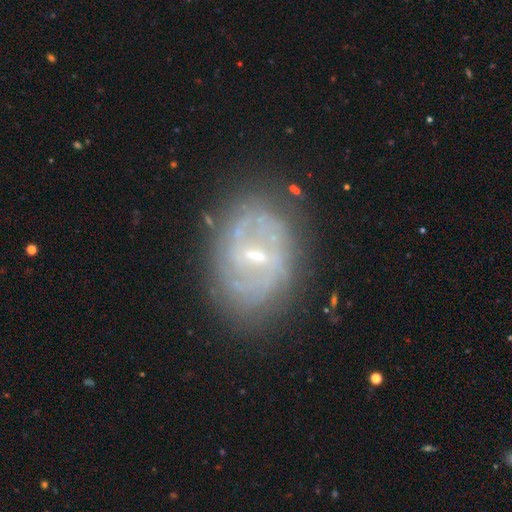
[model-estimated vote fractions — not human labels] This appears to be a featured or disk galaxy (79%) with a weak bar (57%), 2 (42%) tight (48%) spiral arms (83%) and a small central bulge (58%). Merging: none (74%).